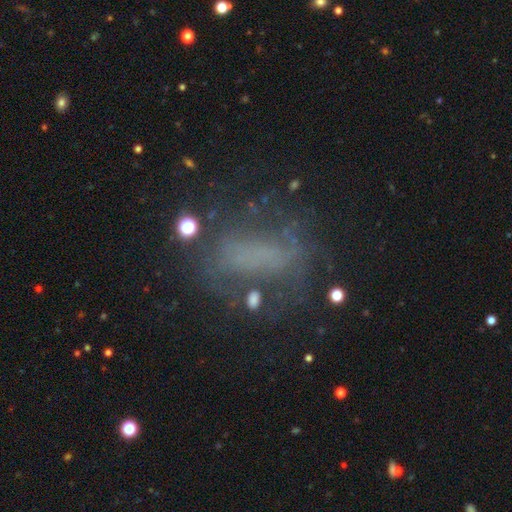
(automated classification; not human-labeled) Smooth or featured? Predicted: featured or disk (p=0.39). Merging? Predicted: none (p=0.52).